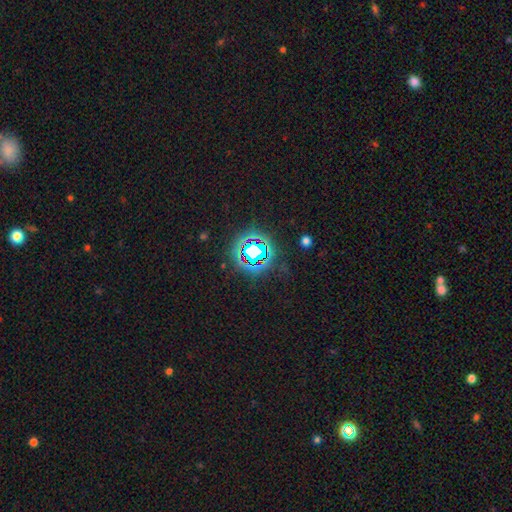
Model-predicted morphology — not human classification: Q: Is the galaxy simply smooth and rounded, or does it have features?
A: star or artifact — 79%.